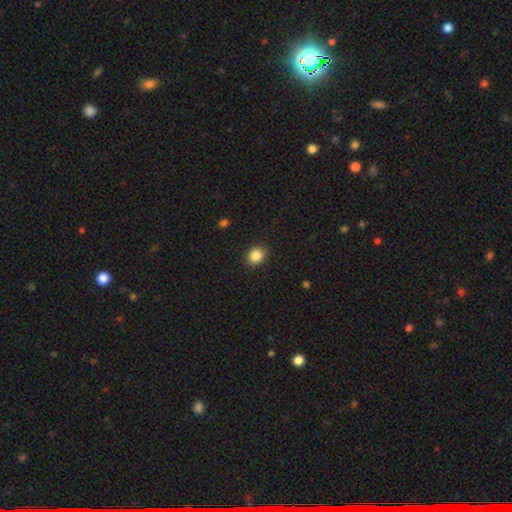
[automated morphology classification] A smooth galaxy with no disk features (85%) that is round (74%).

Vote fractions:
- Smooth or featured? smooth: 85% / star or artifact: 10% / featured or disk: 5%
- How rounded? round: 74% / in between: 25% / cigar-shaped: 1%
- Merging? none: 89% / minor disturbance: 8% / major disturbance: 2% / merger: 1%